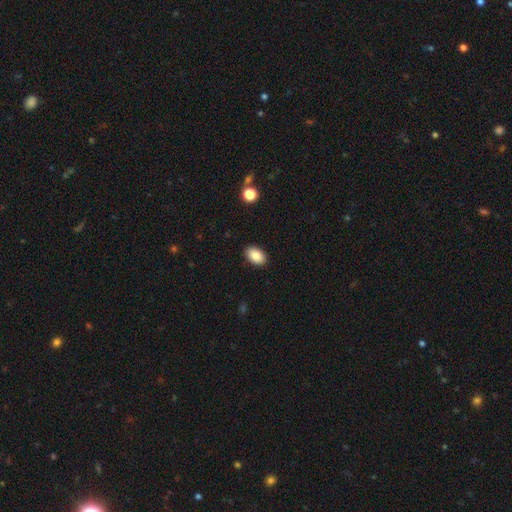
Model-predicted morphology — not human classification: Q: Smooth or featured?
A: smooth (87%); runner-up: star or artifact (8%)
Q: How rounded?
A: in between (89%); runner-up: round (10%)
Q: Merging?
A: none (90%); runner-up: minor disturbance (8%)